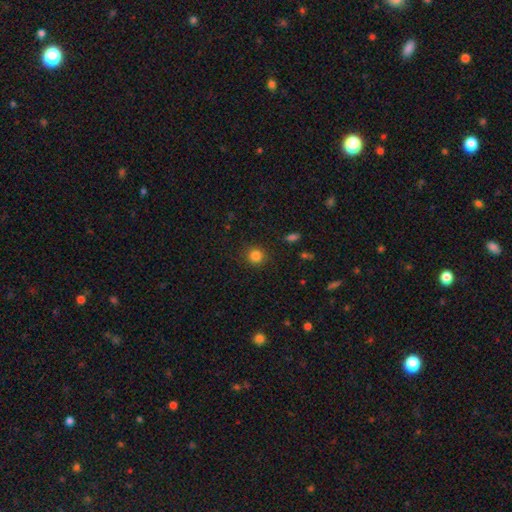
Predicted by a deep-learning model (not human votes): Q: Smooth or featured?
A: smooth (84%); runner-up: star or artifact (12%)
Q: How rounded?
A: round (90%); runner-up: in between (9%)
Q: Merging?
A: none (89%); runner-up: minor disturbance (7%)